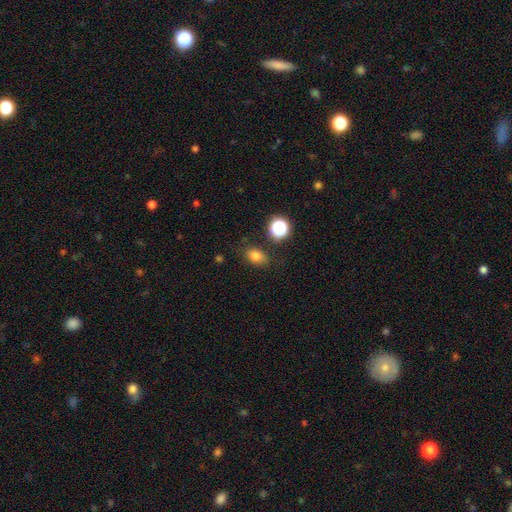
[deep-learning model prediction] Morphology: type=smooth (77%); roundness=in between (70%); merging=none (78%).